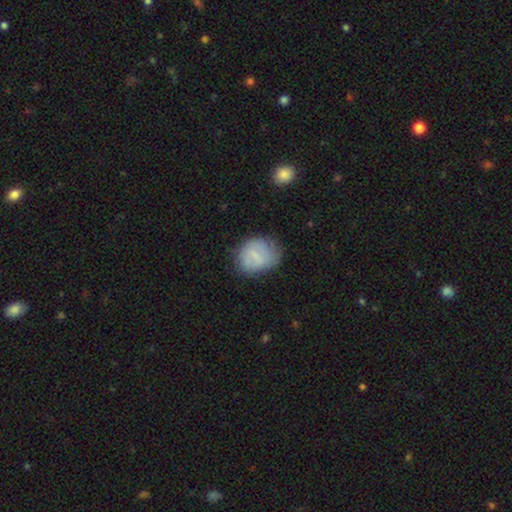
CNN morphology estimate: type=smooth (70%); roundness=round (56%); merging=none (60%).